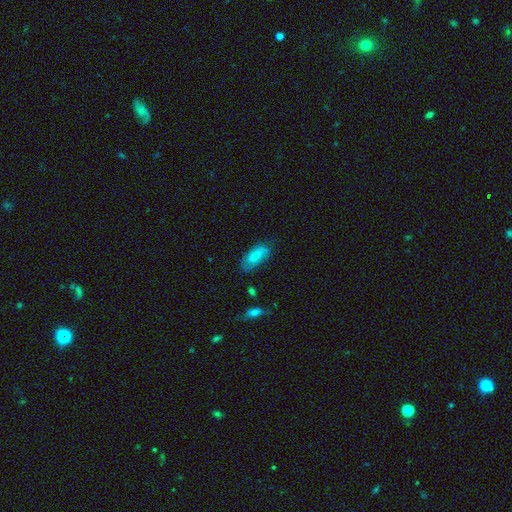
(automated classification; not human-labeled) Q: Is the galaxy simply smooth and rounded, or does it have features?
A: smooth — 83%.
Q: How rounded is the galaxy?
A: in between — 84%.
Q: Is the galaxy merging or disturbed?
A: none — 65%.